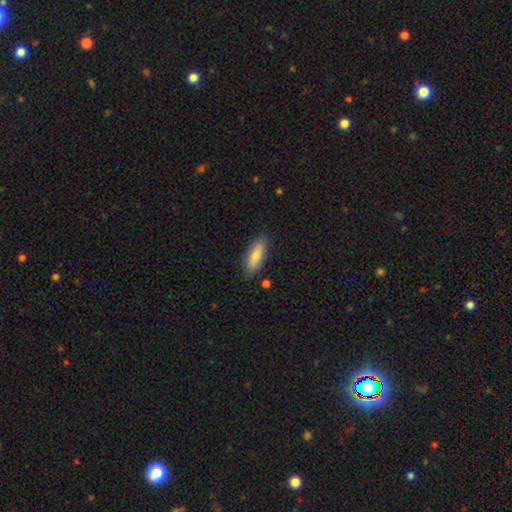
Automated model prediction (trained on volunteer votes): Overall: smooth (78%). How rounded: in between (63%; cigar-shaped 35%). Merging: none (82%).